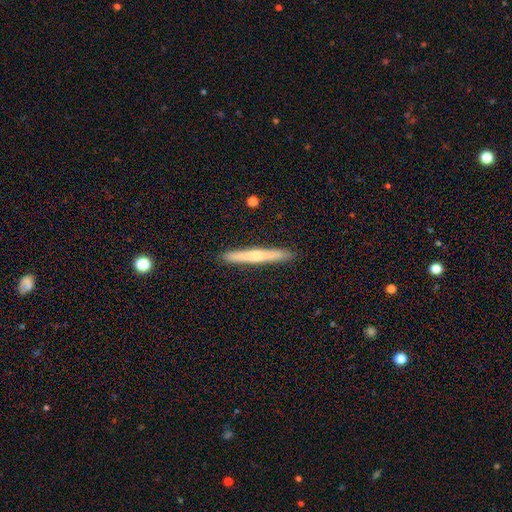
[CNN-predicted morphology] A smooth galaxy with no disk features (53%) that is cigar-shaped (97%). Merging: none (92%).